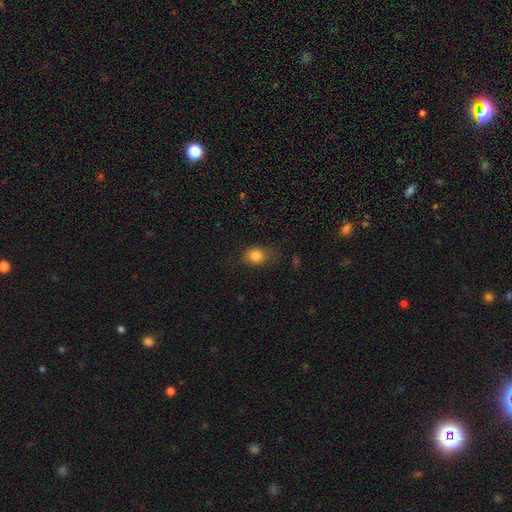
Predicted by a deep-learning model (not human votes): A smooth galaxy with no disk features (82%) that is in between round and cigar-shaped (52%).

Vote fractions:
- Smooth or featured? smooth: 82% / star or artifact: 11% / featured or disk: 7%
- How rounded? in between: 52% / round: 46% / cigar-shaped: 1%
- Merging? none: 69% / minor disturbance: 22% / major disturbance: 8% / merger: 2%